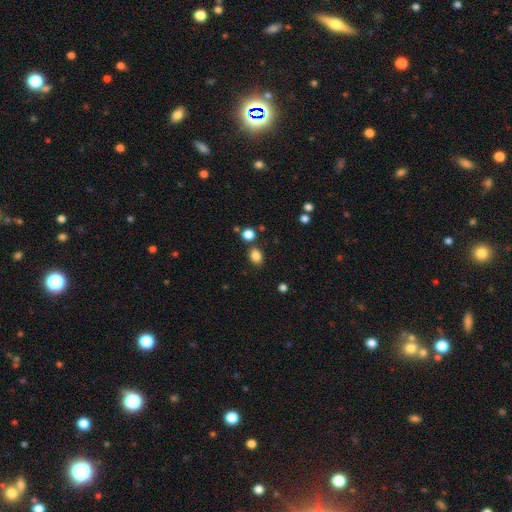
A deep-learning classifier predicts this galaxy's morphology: Q: Smooth or featured?
A: smooth (84%); runner-up: star or artifact (11%)
Q: How rounded?
A: in between (62%); runner-up: round (37%)
Q: Merging?
A: none (79%); runner-up: minor disturbance (10%)